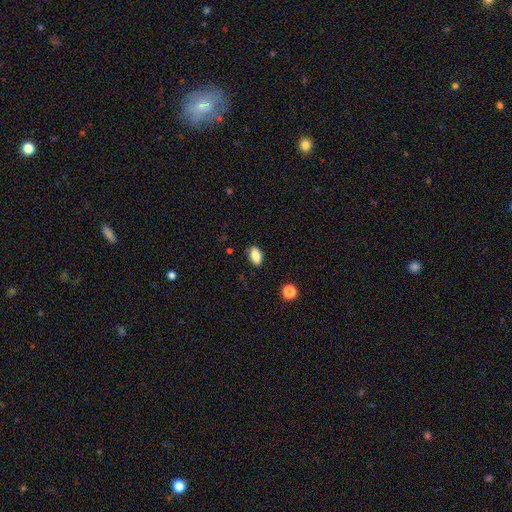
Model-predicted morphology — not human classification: Q: Smooth or featured?
A: smooth (83%); runner-up: star or artifact (9%)
Q: How rounded?
A: in between (88%); runner-up: round (8%)
Q: Merging?
A: none (86%); runner-up: minor disturbance (10%)